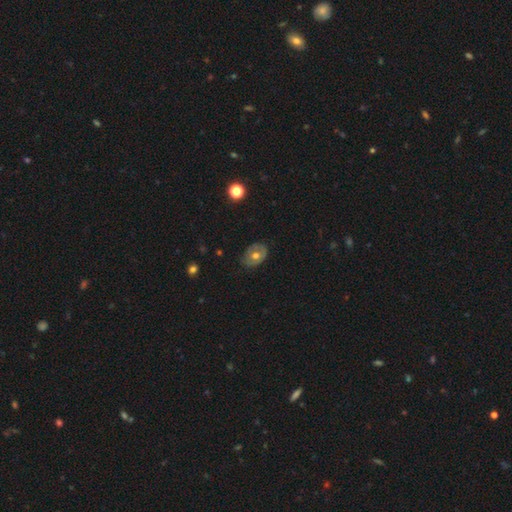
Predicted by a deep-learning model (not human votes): Q: Smooth or featured?
A: smooth (49%); runner-up: featured or disk (43%)
Q: Merging?
A: none (74%); runner-up: minor disturbance (20%)